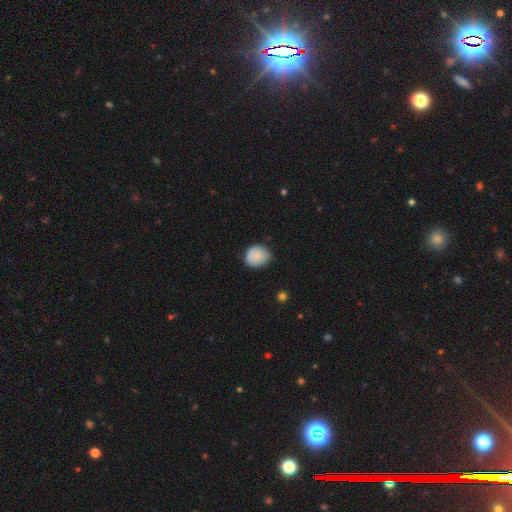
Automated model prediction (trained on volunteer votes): Morphology: type=smooth (84%); roundness=round (71%); merging=none (68%).